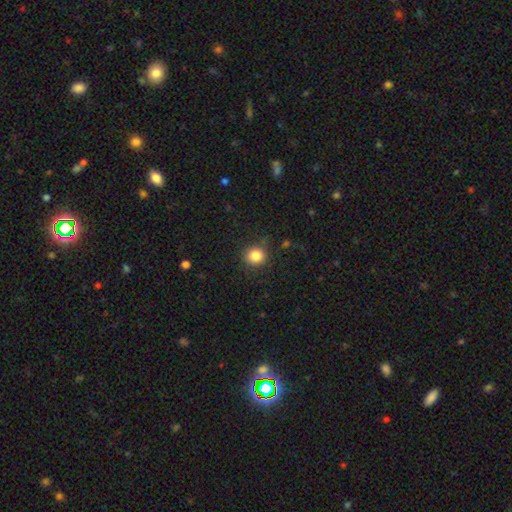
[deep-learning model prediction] Smooth or featured?
  - smooth: 84% *
  - star or artifact: 11%
  - featured or disk: 4%
How rounded?
  - round: 89% *
  - in between: 10%
  - cigar-shaped: 1%
Merging?
  - none: 86% *
  - minor disturbance: 10%
  - major disturbance: 3%
  - merger: 1%